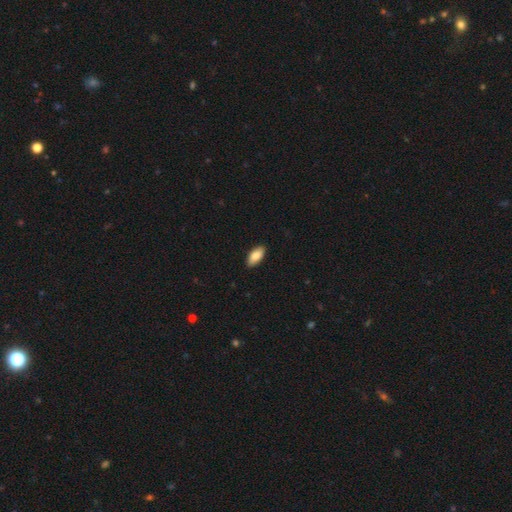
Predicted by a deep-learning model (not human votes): Smooth or featured: smooth — 86% (featured or disk — 8%)
How rounded: in between — 90% (cigar-shaped — 7%)
Merging: none — 88% (minor disturbance — 9%)